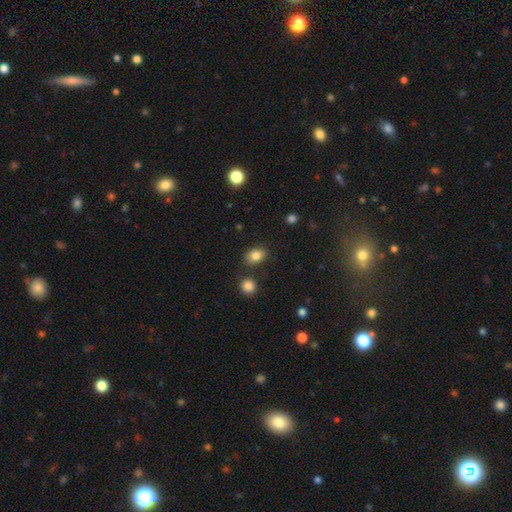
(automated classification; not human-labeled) smooth_or_featured: smooth (p=0.83) [alt: star or artifact p=0.09]
how_rounded: in between (p=0.76) [alt: round p=0.22]
merging: none (p=0.78) [alt: minor disturbance p=0.12]